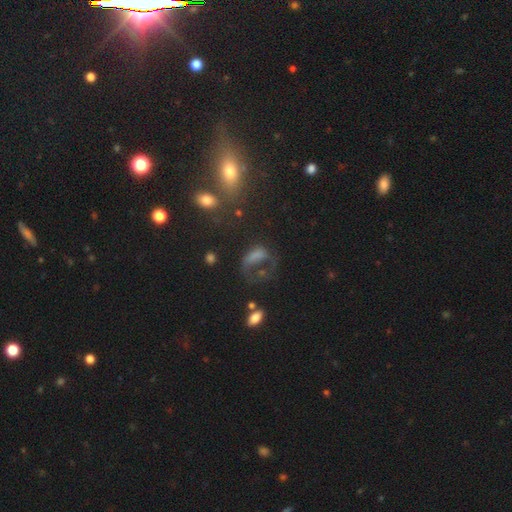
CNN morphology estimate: Q: Smooth or featured?
A: smooth (43%); runner-up: featured or disk (33%)
Q: Merging?
A: major disturbance (39%); runner-up: none (35%)